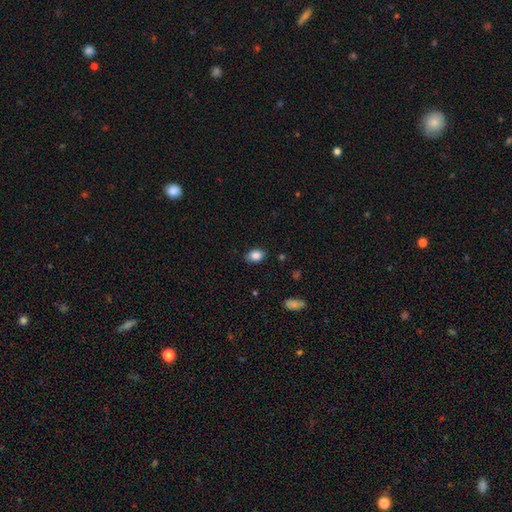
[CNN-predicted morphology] This appears to be a smooth galaxy with no disk features (86%) that is in between round and cigar-shaped (80%). Merging: none (83%).